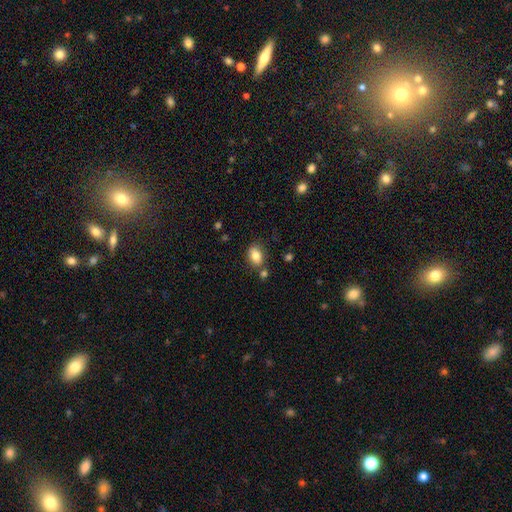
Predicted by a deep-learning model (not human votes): Smooth or featured?
  - smooth: 83% *
  - star or artifact: 9%
  - featured or disk: 8%
How rounded?
  - in between: 79% *
  - round: 20%
  - cigar-shaped: 1%
Merging?
  - none: 71% *
  - minor disturbance: 15%
  - merger: 11%
  - major disturbance: 4%